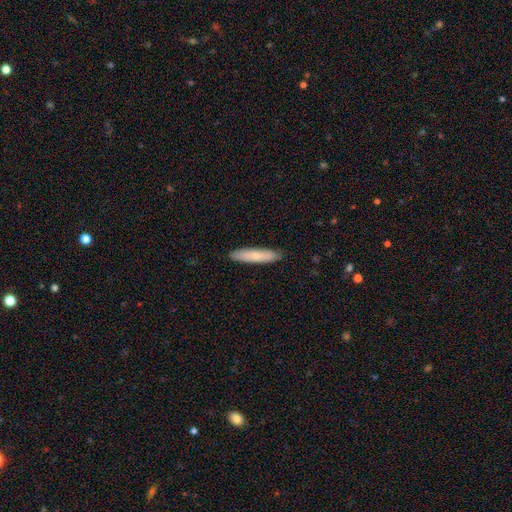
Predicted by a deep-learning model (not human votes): smooth-or-featured: smooth: 73% | featured or disk: 22% | star or artifact: 6%
  how-rounded: cigar-shaped: 84% | in between: 14% | round: 1%
  merging: none: 89% | minor disturbance: 8% | major disturbance: 1% | merger: 1%